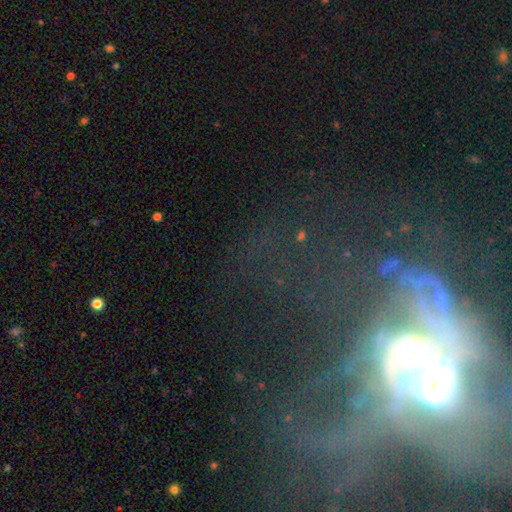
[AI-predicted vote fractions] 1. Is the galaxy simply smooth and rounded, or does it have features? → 60% featured or disk, 25% star or artifact, 15% smooth.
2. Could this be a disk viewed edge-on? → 91% no, 9% yes.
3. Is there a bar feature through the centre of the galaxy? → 63% no, 22% weak, 15% strong.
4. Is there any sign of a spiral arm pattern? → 50% yes (tied), 50% no (tied).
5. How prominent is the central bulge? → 54% moderate, 27% small, 8% large, 6% none, 4% dominant.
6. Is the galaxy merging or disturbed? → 33% major disturbance, 29% none, 27% merger, 12% minor disturbance.